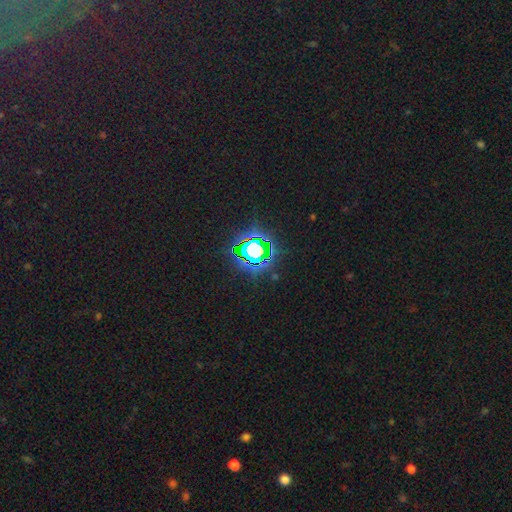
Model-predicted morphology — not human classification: Smooth or featured?
  - star or artifact: 79% *
  - smooth: 13%
  - featured or disk: 8%